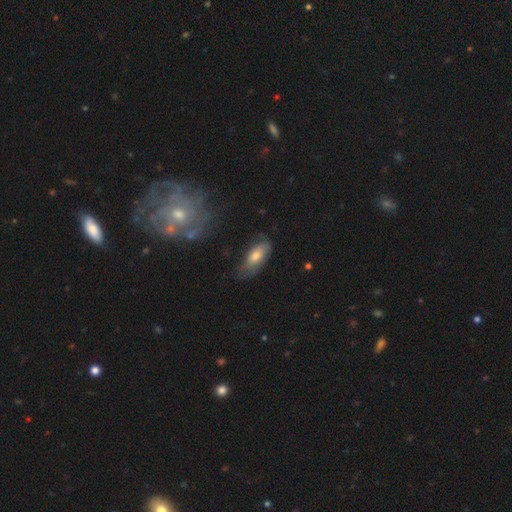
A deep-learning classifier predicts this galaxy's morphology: Smooth or featured?
  - smooth: 60% *
  - featured or disk: 32%
  - star or artifact: 8%
How rounded?
  - in between: 80% *
  - cigar-shaped: 17%
  - round: 3%
Merging?
  - none: 57% *
  - minor disturbance: 29%
  - major disturbance: 11%
  - merger: 3%